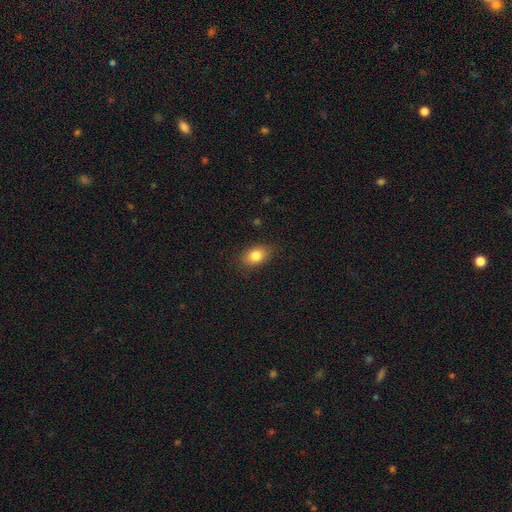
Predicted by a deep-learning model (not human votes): Smooth or featured? smooth (82%)
How rounded? in between (77%)
Merging? none (83%)